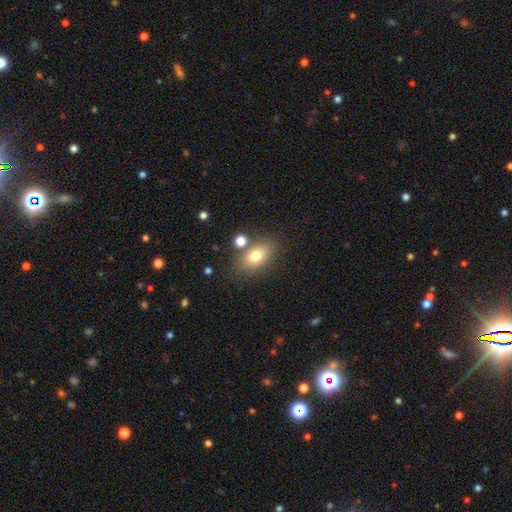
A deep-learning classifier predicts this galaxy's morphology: Smooth or featured: smooth — 75% (featured or disk — 15%)
How rounded: in between — 82% (round — 15%)
Merging: none — 71% (minor disturbance — 12%)